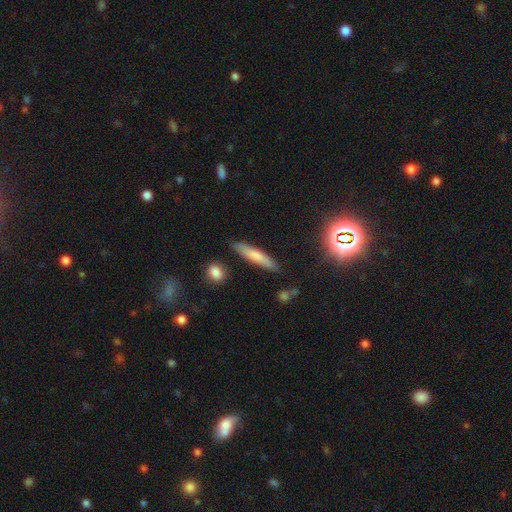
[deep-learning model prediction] A smooth galaxy with no disk features (71%) that is cigar-shaped (86%).

Vote fractions:
- Smooth or featured? smooth: 71% / featured or disk: 21% / star or artifact: 8%
- How rounded? cigar-shaped: 86% / in between: 13% / round: 2%
- Merging? none: 85% / minor disturbance: 10% / merger: 2% / major disturbance: 2%